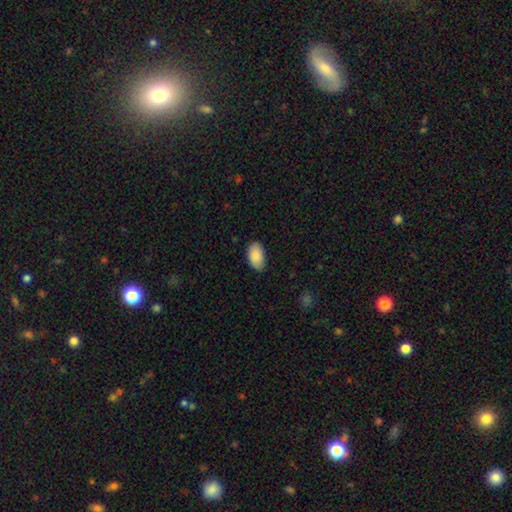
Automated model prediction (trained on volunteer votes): Morphology: type=smooth (89%); roundness=in between (95%); merging=none (81%).